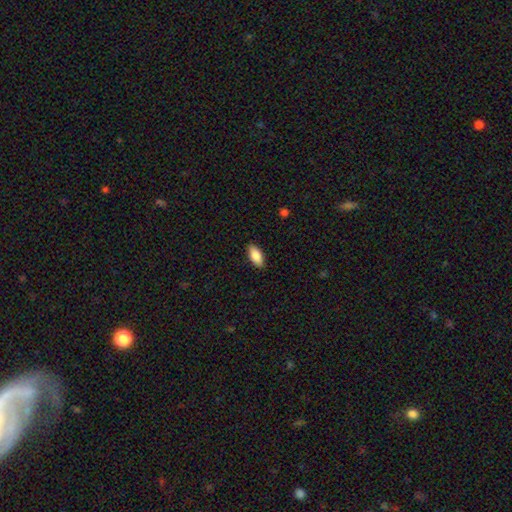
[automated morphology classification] type=smooth (86%); roundness=in between (88%); merging=none (88%).